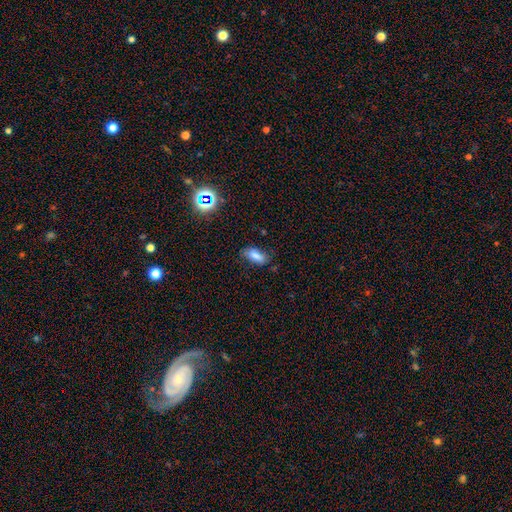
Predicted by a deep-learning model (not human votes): smooth 76%, featured or disk 12%, star or artifact 12%. Down the decision tree: how rounded — in between (84%); merging — none (70%).